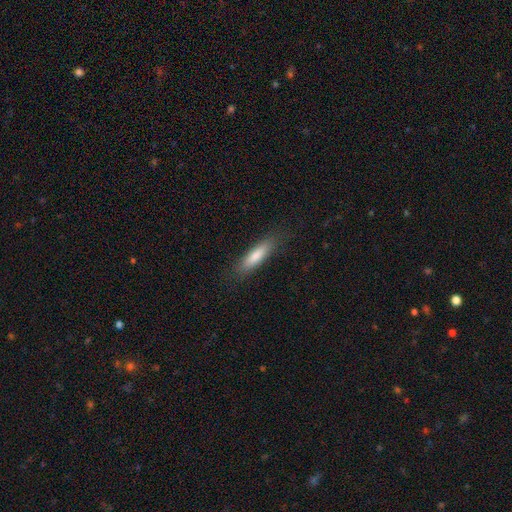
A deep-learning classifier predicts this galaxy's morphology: smooth_or_featured: smooth (p=0.79) [alt: featured or disk p=0.15]
how_rounded: cigar-shaped (p=0.73) [alt: in between p=0.26]
merging: none (p=0.84) [alt: minor disturbance p=0.12]